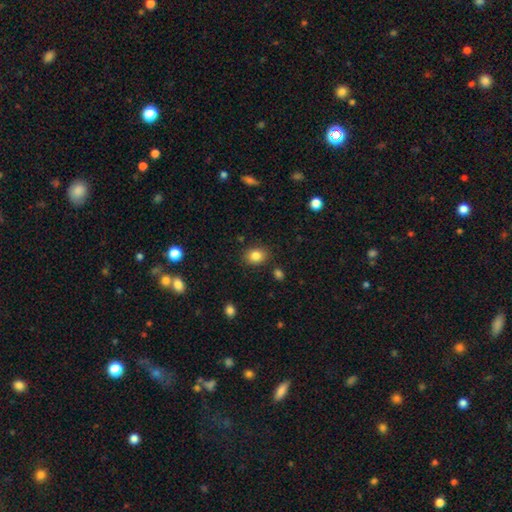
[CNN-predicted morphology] Smooth or featured: smooth — 84% (star or artifact — 10%)
How rounded: round — 50% (in between — 49%)
Merging: none — 84% (minor disturbance — 10%)